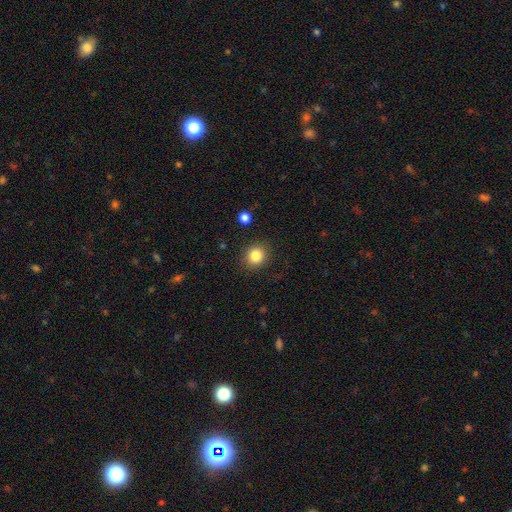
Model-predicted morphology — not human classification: Smooth or featured: smooth — 84% (star or artifact — 11%)
How rounded: round — 85% (in between — 14%)
Merging: none — 88% (minor disturbance — 7%)